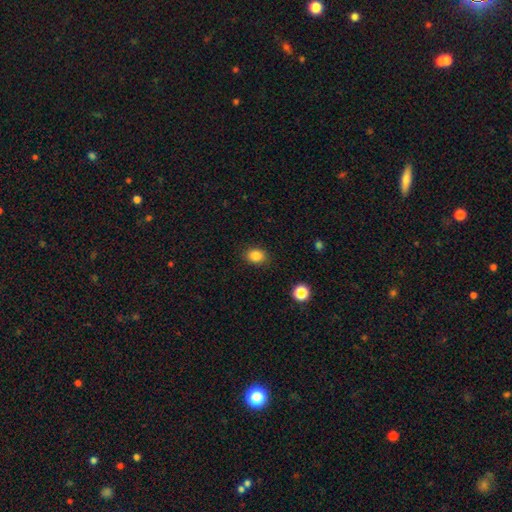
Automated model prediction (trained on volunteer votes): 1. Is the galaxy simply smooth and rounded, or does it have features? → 85% smooth, 10% star or artifact, 5% featured or disk.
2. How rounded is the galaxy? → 58% in between, 41% round, 1% cigar-shaped.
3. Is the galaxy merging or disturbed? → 86% none, 10% minor disturbance, 3% major disturbance, 1% merger.